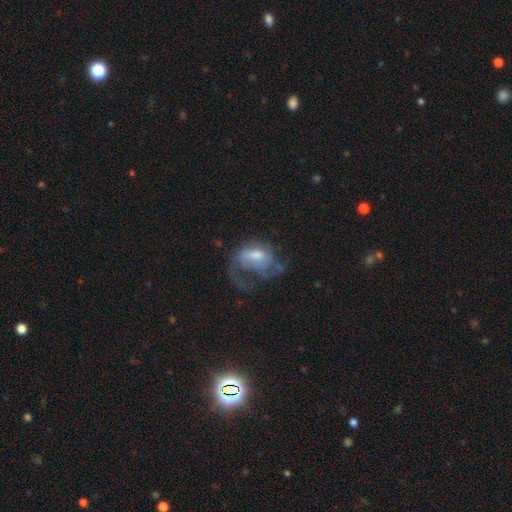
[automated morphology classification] smooth-or-featured: featured or disk: 64% | smooth: 26% | star or artifact: 10%
  disk-edge-on: no: 96% | yes: 4%
    bar: no: 51% | weak: 39% | strong: 10%
    has-spiral-arms: yes: 71% | no: 29%
    bulge-size: moderate: 49% | small: 30% | large: 11% | none: 9% | dominant: 2%
  merging: major disturbance: 50% | none: 29% | minor disturbance: 18% | merger: 3%